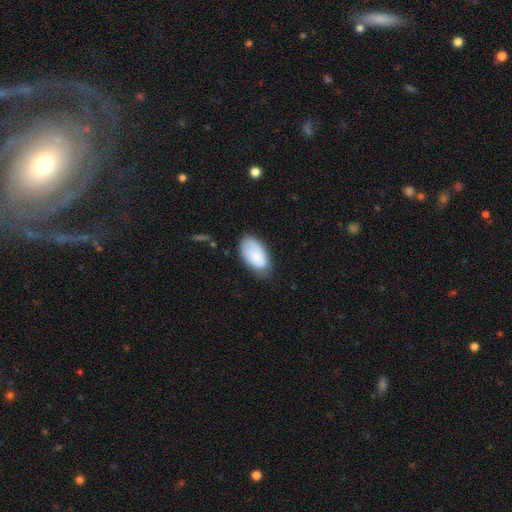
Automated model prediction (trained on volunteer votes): A smooth galaxy with no disk features (83%) that is in between round and cigar-shaped (95%). Merging: none (63%).